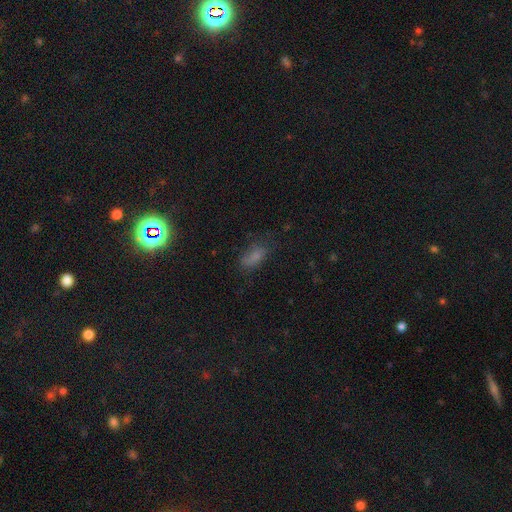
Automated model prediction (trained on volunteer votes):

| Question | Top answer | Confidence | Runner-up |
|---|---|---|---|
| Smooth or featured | smooth | 58% | star or artifact (29%) |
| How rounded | in between | 81% | cigar-shaped (9%) |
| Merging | none | 63% | minor disturbance (24%) |